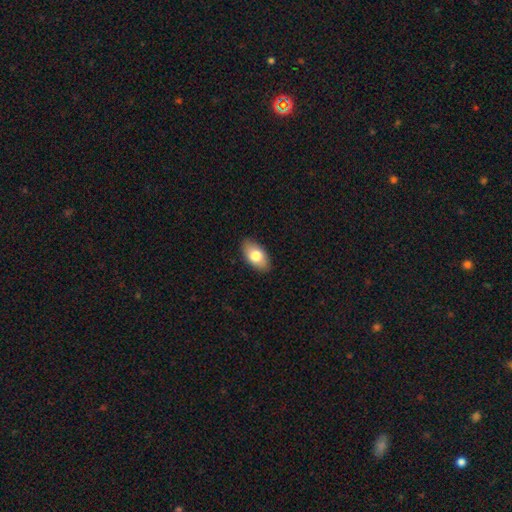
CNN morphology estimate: This is likely a smooth galaxy (78%). How rounded: clearly in between (93%). Merging: clearly none (88%).